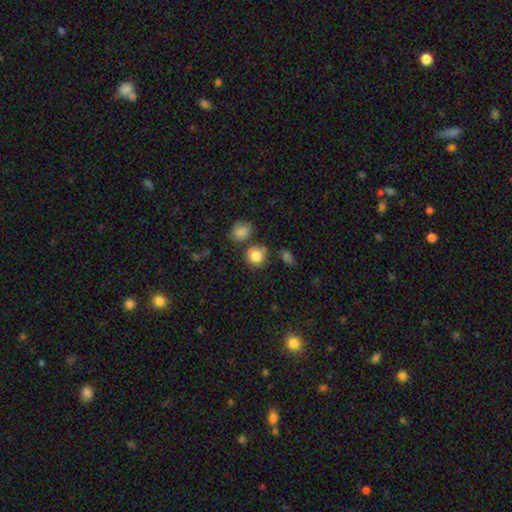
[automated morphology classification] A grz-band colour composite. It shows a smooth galaxy with no disk features (84%) that is round (86%). Merging: none (72%).